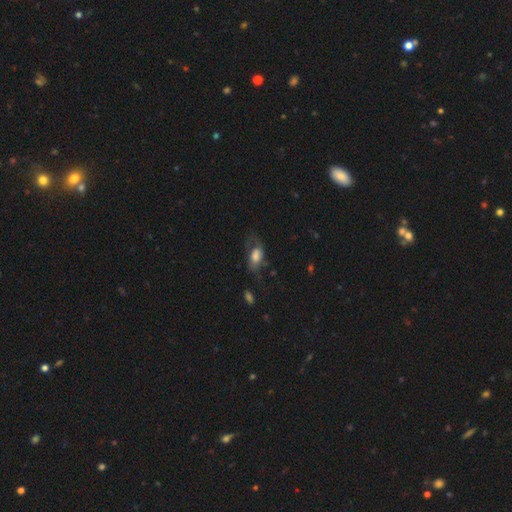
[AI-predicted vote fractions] The model was most divided on "merging": none: 37%, major disturbance: 35%, minor disturbance: 25%, merger: 3%. More confident: how rounded — in between (86%); smooth or featured — smooth (58%).